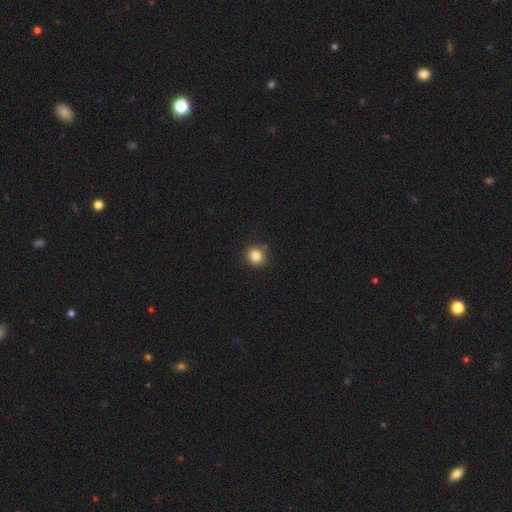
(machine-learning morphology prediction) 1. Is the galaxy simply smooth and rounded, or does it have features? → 84% smooth, 11% star or artifact, 5% featured or disk.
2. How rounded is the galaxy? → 81% round, 18% in between, 1% cigar-shaped.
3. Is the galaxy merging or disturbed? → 78% none, 14% minor disturbance, 5% merger, 3% major disturbance.